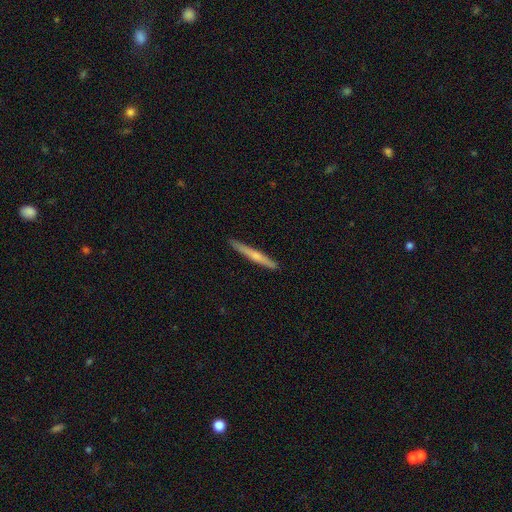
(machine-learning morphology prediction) smooth-or-featured: featured or disk: 51% | smooth: 43% | star or artifact: 6%
  disk-edge-on: yes: 97% | no: 3%
  merging: none: 91% | minor disturbance: 6% | major disturbance: 1% | merger: 1%